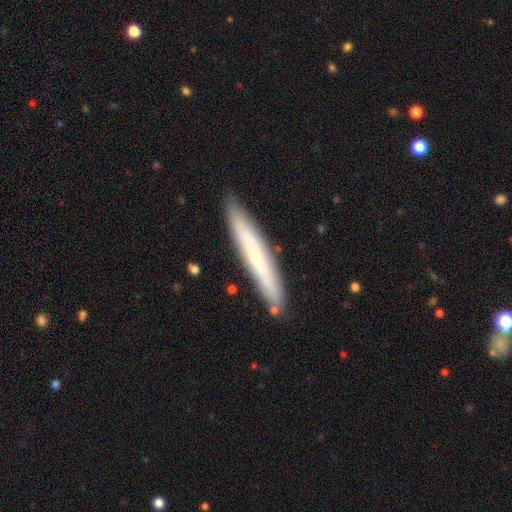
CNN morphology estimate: Smooth or featured? smooth (52%)
How rounded? cigar-shaped (94%)
Merging? none (87%)